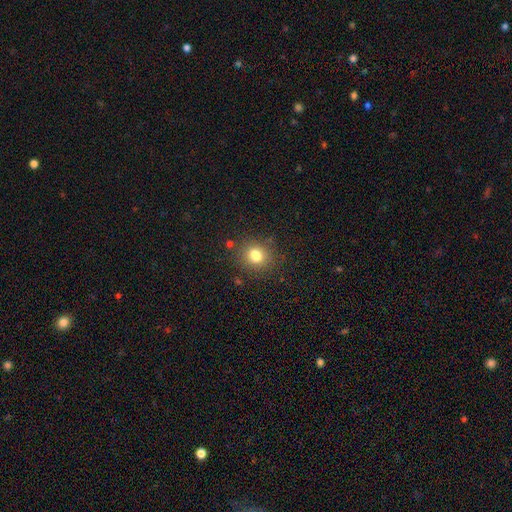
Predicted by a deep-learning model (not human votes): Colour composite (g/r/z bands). It shows a smooth galaxy with no disk features (80%) that is round (72%). Merging: none (82%).